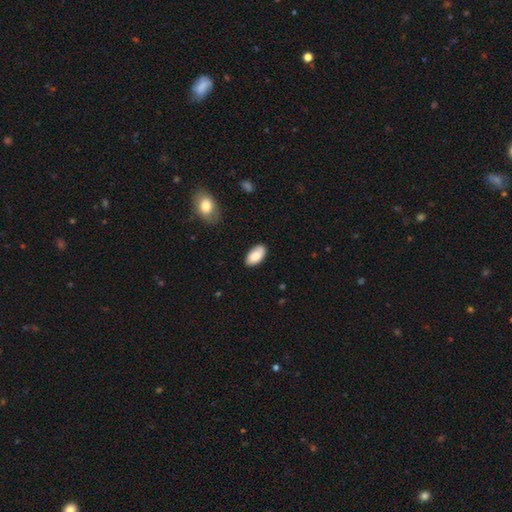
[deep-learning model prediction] The model was most divided on "merging": none: 83%, minor disturbance: 13%, major disturbance: 2%, merger: 1%. More confident: how rounded — in between (95%); smooth or featured — smooth (85%).